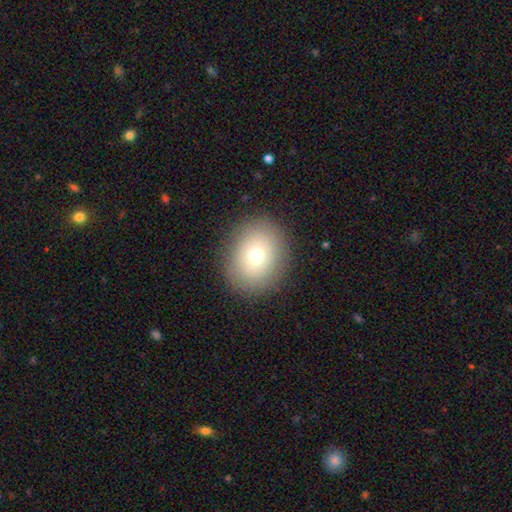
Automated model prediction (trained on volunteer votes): Smooth or featured: smooth — 73% (featured or disk — 16%)
How rounded: round — 60% (in between — 39%)
Merging: none — 87% (minor disturbance — 8%)